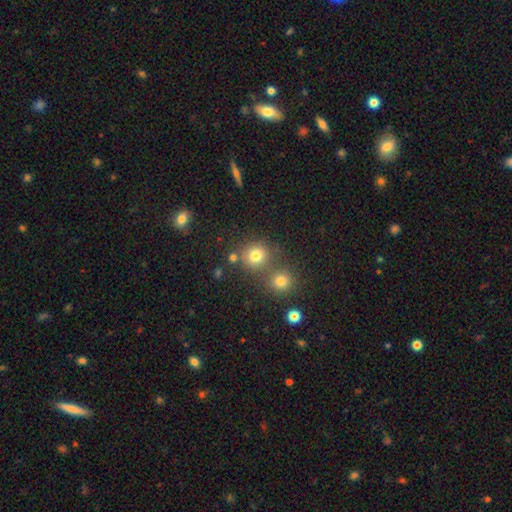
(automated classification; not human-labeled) A smooth galaxy with no disk features (77%) that is round (86%). Merging: none (64%).